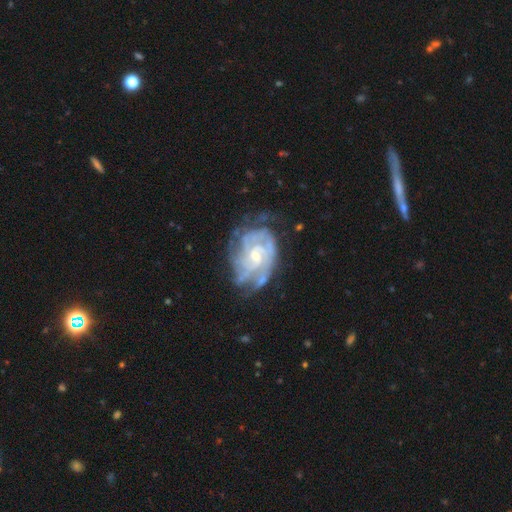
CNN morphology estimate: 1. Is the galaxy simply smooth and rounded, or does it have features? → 88% featured or disk, 6% smooth, 5% star or artifact.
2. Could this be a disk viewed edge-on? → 98% no, 2% yes.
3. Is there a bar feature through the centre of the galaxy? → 51% no, 41% weak, 8% strong.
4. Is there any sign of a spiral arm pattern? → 96% yes, 4% no.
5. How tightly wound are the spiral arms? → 66% tight, 28% medium, 6% loose.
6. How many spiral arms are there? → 31% can't tell, 23% 3, 18% 4, 16% 2, 6% more than 4, 6% 1.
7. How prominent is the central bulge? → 48% small, 46% moderate, 3% none, 2% large, 1% dominant.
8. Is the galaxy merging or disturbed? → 60% none, 25% minor disturbance, 13% major disturbance, 2% merger.